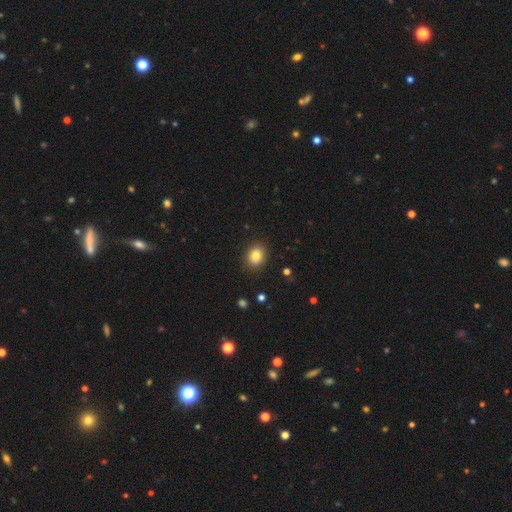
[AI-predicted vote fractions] smooth 83%, star or artifact 10%, featured or disk 6%. Down the decision tree: how rounded — round (56%); merging — none (88%).